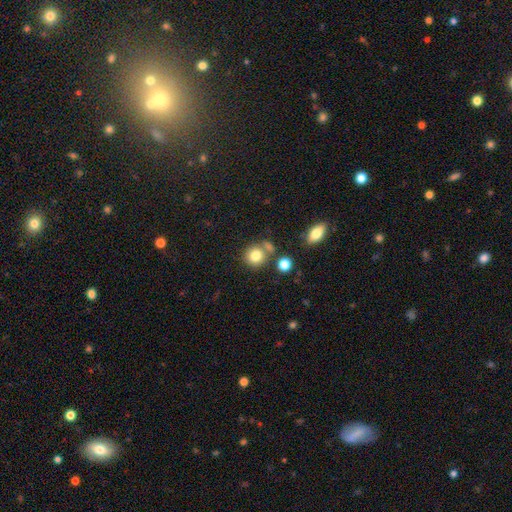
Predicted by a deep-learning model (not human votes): Overall: smooth (80%). How rounded: round (86%). Merging: none (65%).